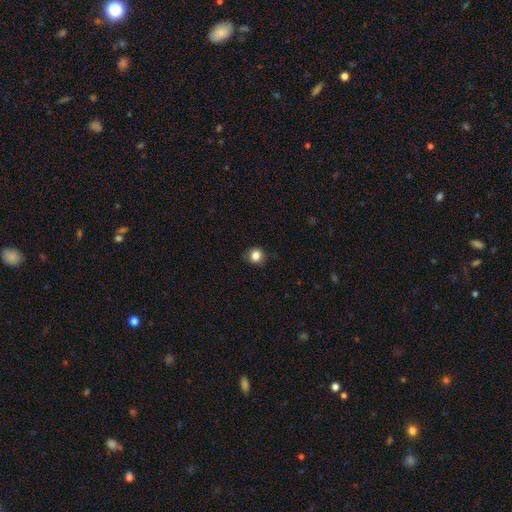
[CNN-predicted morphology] Overall: smooth (83%). How rounded: round (87%). Merging: none (84%).